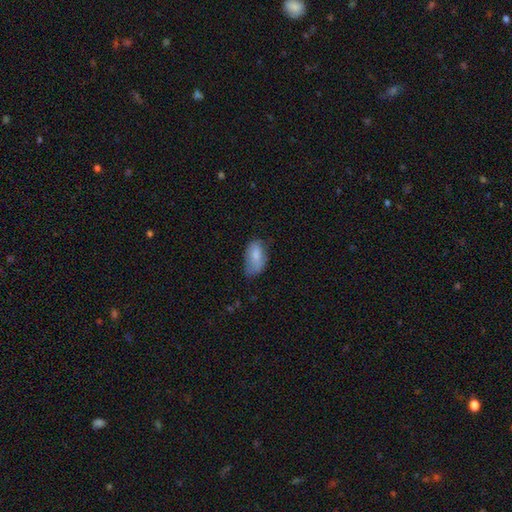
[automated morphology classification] Q: Smooth or featured?
A: smooth (77%); runner-up: featured or disk (16%)
Q: How rounded?
A: in between (93%); runner-up: round (4%)
Q: Merging?
A: none (52%); runner-up: minor disturbance (36%)